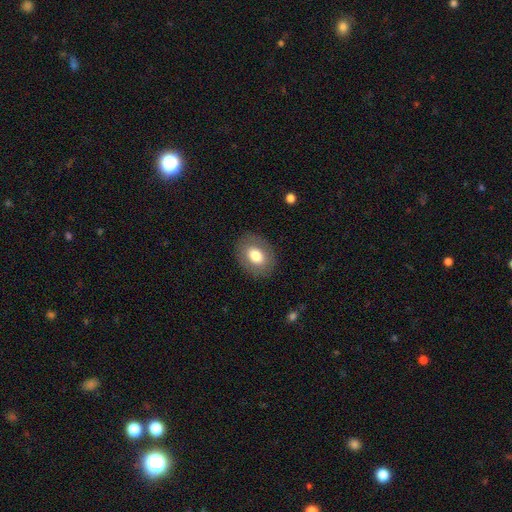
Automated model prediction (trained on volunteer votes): Smooth or featured? smooth (74%)
How rounded? in between (71%)
Merging? none (86%)